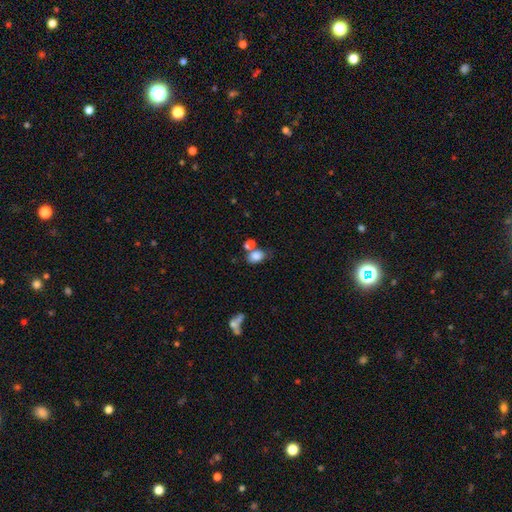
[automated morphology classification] A smooth galaxy with no disk features (80%) that is in between round and cigar-shaped (77%). Merging: none (42%).